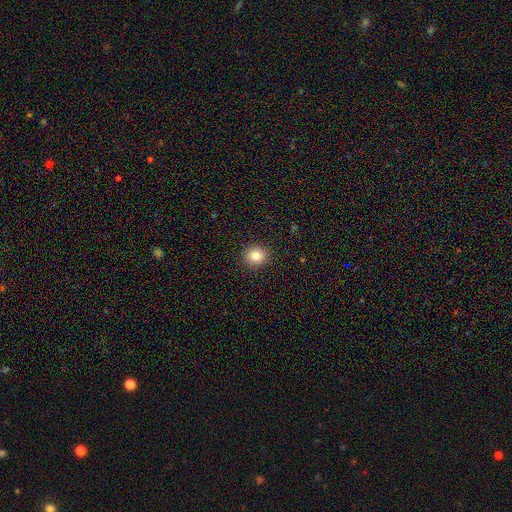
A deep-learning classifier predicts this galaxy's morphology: Smooth or featured: smooth — 84% (star or artifact — 10%)
How rounded: round — 82% (in between — 17%)
Merging: none — 91% (minor disturbance — 6%)